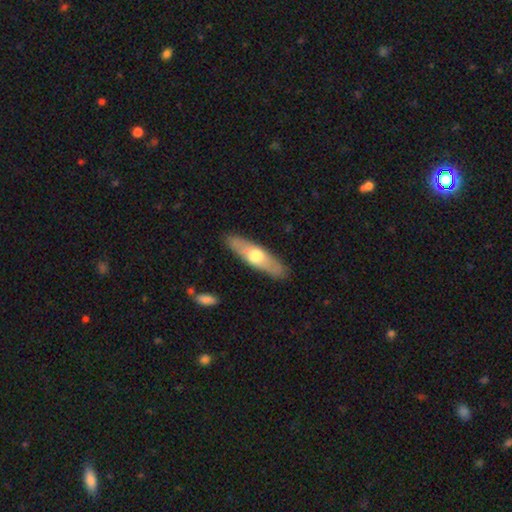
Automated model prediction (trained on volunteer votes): A smooth galaxy with no disk features (49%). Merging: none (87%).